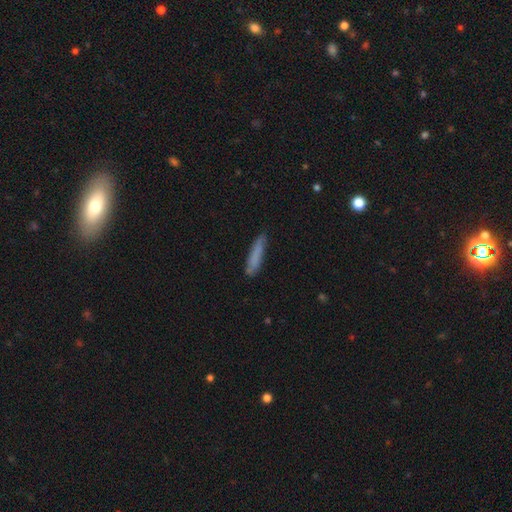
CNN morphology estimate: Smooth or featured: smooth — 77% (featured or disk — 16%)
How rounded: cigar-shaped — 87% (in between — 11%)
Merging: none — 77% (minor disturbance — 17%)